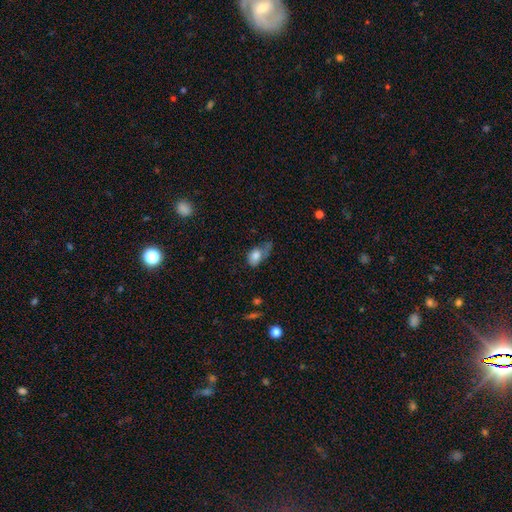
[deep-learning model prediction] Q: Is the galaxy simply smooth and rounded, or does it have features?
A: smooth — 76%.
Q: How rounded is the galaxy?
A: in between — 80%.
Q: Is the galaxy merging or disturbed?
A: major disturbance — 37%.